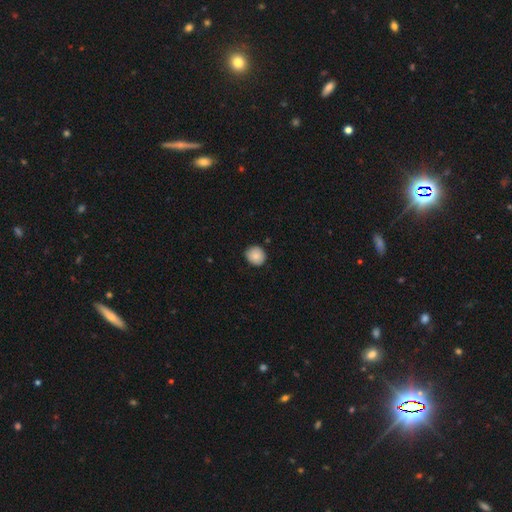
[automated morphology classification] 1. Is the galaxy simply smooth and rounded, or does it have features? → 84% smooth, 8% star or artifact, 8% featured or disk.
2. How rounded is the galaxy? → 83% round, 17% in between, 1% cigar-shaped.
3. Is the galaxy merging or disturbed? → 86% none, 11% minor disturbance, 2% major disturbance, 1% merger.